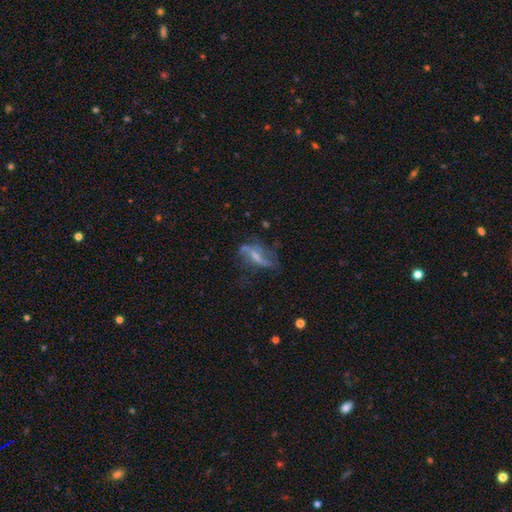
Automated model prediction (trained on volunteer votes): Q: Smooth or featured?
A: featured or disk (61%); runner-up: smooth (28%)
Q: Edge-on disk?
A: no (85%); runner-up: yes (15%)
Q: Bar?
A: weak (39%); runner-up: no (34%)
Q: Spiral arms?
A: yes (66%); runner-up: no (34%)
Q: Bulge size?
A: small (41%); runner-up: none (28%)
Q: Merging?
A: none (43%); runner-up: major disturbance (29%)